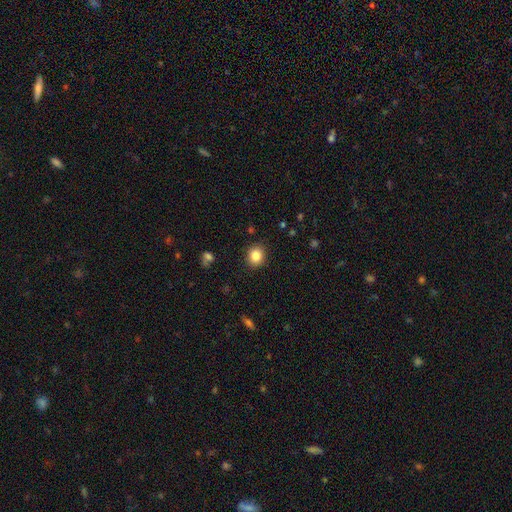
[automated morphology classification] This appears to be a smooth galaxy with no disk features (85%) that is round (76%). Merging: none (89%).